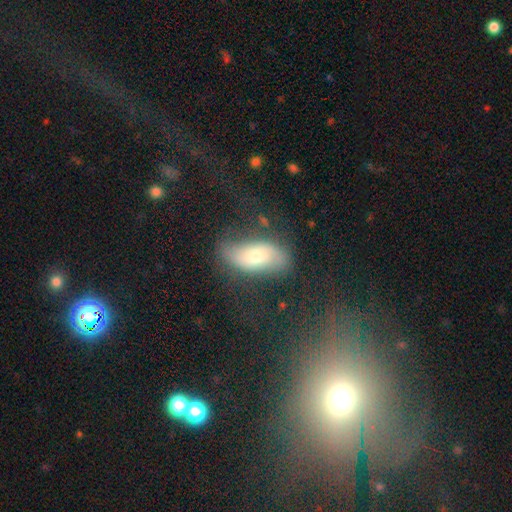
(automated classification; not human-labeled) Smooth or featured? smooth (55%)
How rounded? in between (87%)
Merging? none (63%)